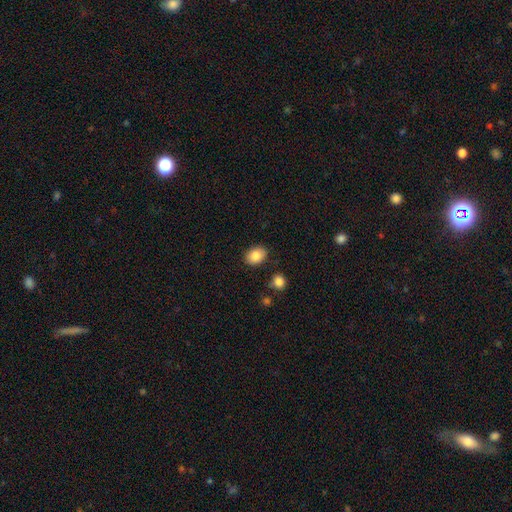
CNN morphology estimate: Smooth or featured?
  - smooth: 86% *
  - star or artifact: 8%
  - featured or disk: 7%
How rounded?
  - in between: 67% *
  - round: 32%
  - cigar-shaped: 1%
Merging?
  - none: 85% *
  - minor disturbance: 10%
  - merger: 3%
  - major disturbance: 2%